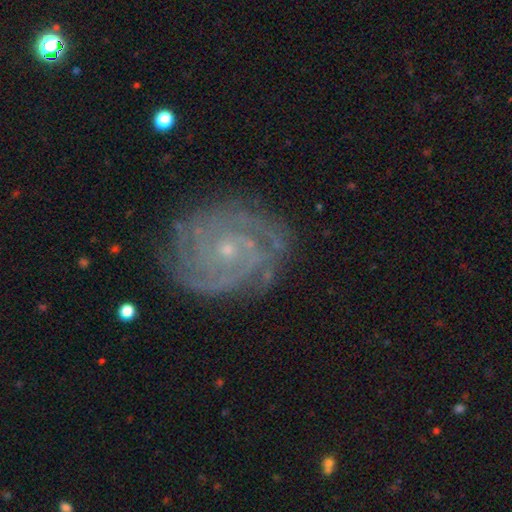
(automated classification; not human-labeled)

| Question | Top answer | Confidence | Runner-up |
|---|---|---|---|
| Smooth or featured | featured or disk | 88% | star or artifact (7%) |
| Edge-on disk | no | 98% | yes (2%) |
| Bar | no | 78% | weak (17%) |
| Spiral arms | yes | 98% | no (2%) |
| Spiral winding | tight | 82% | medium (16%) |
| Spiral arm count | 2 | 23% | 3 (21%) |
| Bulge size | small | 83% | moderate (14%) |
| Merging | none | 81% | minor disturbance (13%) |